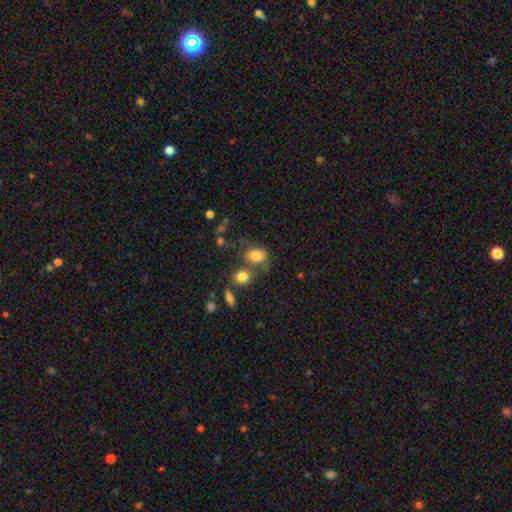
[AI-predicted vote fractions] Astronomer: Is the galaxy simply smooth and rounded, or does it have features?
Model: smooth — 80%.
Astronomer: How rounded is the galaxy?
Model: in between — 69%.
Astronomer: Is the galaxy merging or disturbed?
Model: none — 50%.